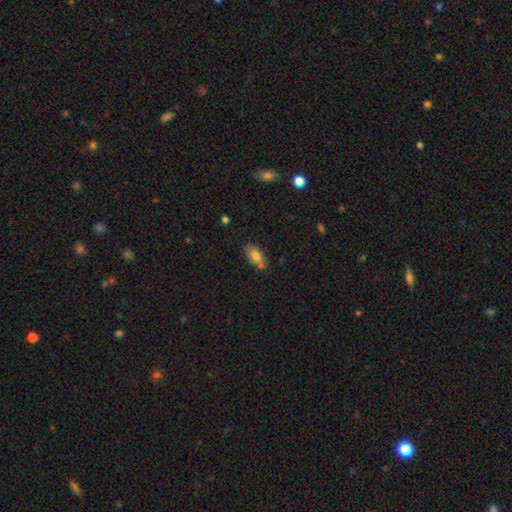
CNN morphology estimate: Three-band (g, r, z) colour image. It shows a smooth galaxy with no disk features (77%) that is in between round and cigar-shaped (89%). Merging: none (62%).